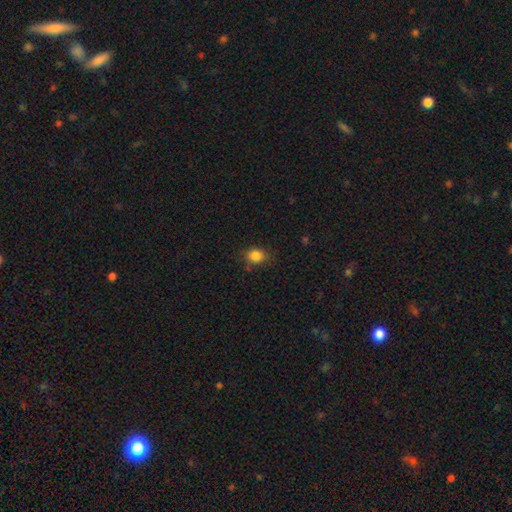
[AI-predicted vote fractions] Smooth or featured: smooth — 85% (star or artifact — 11%)
How rounded: round — 64% (in between — 35%)
Merging: none — 74% (minor disturbance — 19%)